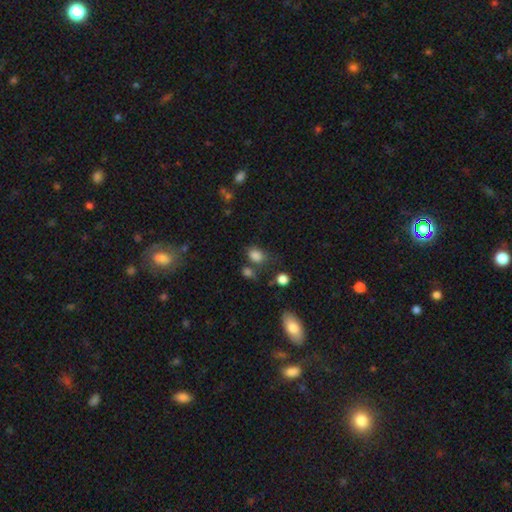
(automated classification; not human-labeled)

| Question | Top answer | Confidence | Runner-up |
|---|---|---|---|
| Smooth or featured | smooth | 82% | star or artifact (12%) |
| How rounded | in between | 66% | round (32%) |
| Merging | none | 57% | minor disturbance (20%) |